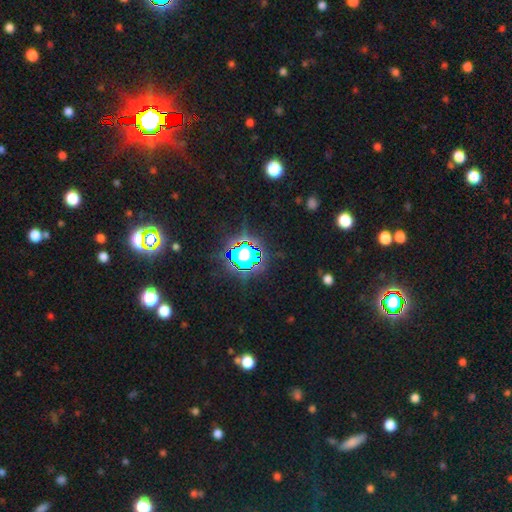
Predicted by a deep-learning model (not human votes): Overall: star or artifact (82%).